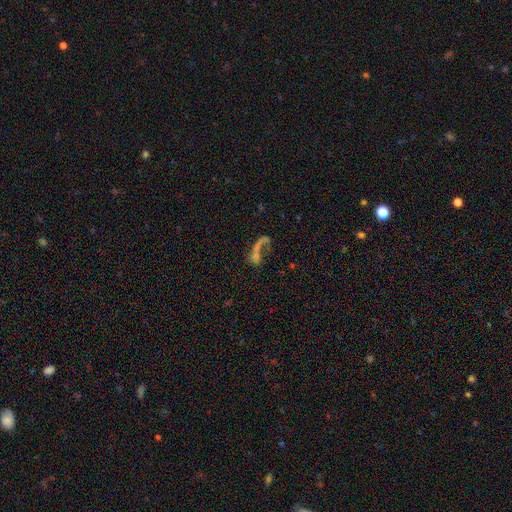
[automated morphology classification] Smooth or featured? featured or disk (48%)
Merging? major disturbance (33%)